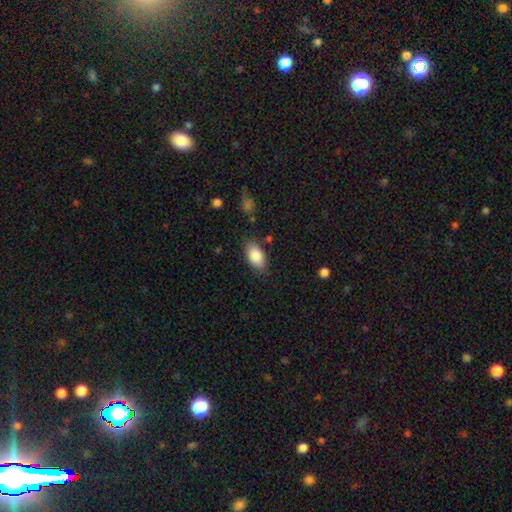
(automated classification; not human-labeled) Morphology: type=smooth (86%); roundness=in between (93%); merging=none (82%).